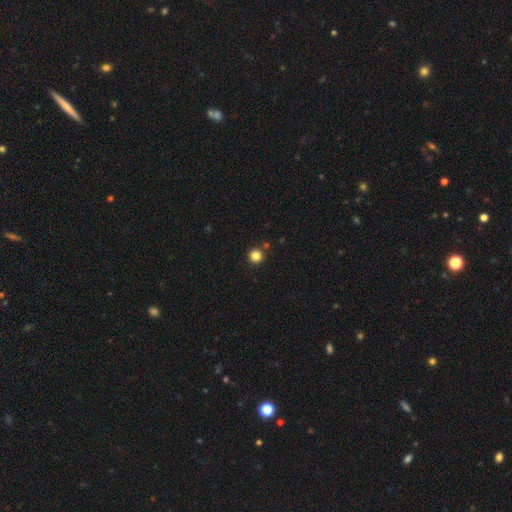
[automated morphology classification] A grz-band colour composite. It shows a smooth galaxy with no disk features (84%) that is round (95%). Merging: none (89%).